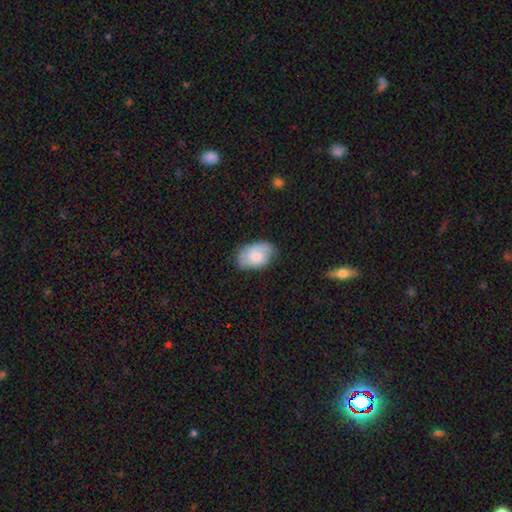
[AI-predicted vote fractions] Morphology: type=smooth (66%); roundness=in between (89%); merging=none (69%).